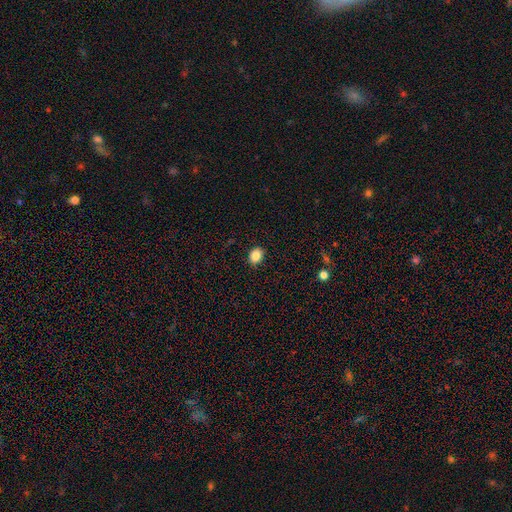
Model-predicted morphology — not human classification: type=smooth (85%); roundness=in between (52%); merging=none (89%).